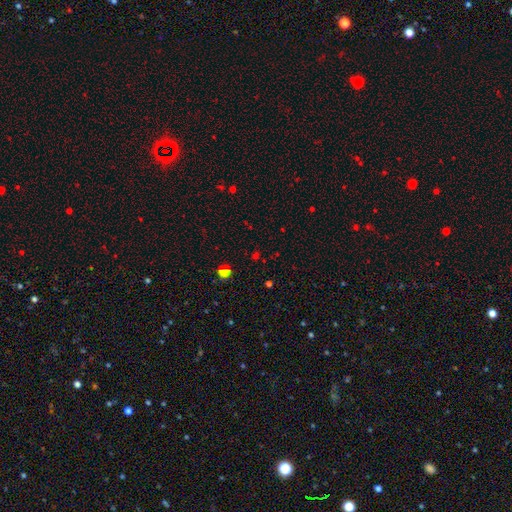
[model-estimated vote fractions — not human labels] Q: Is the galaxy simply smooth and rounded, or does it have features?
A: star or artifact — 60%.